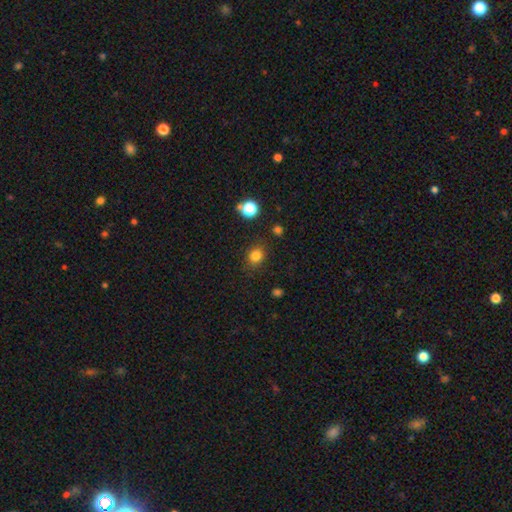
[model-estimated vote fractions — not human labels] Smooth or featured: smooth — 81% (star or artifact — 13%)
How rounded: round — 68% (in between — 31%)
Merging: none — 86% (minor disturbance — 10%)